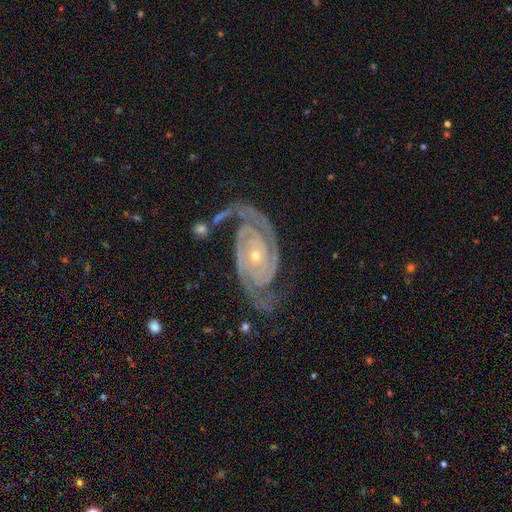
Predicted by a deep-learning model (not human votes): featured or disk 93%, star or artifact 4%, smooth 3%. Down the decision tree: edge-on disk — no (97%); bar — no (78%); spiral arms — yes (99%); spiral arm count — 2 (86%); spiral winding — tight (77%); bulge size — small (76%); merging — none (70%).